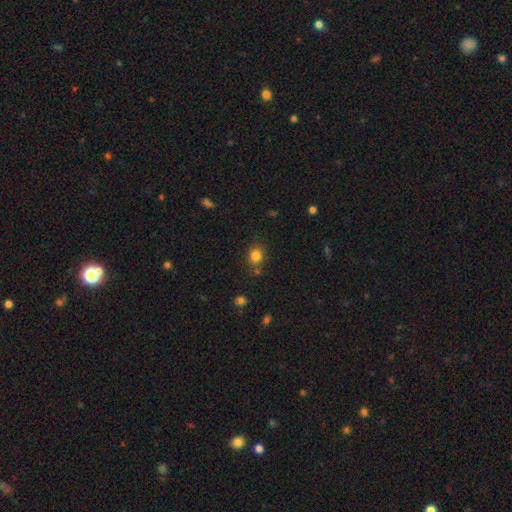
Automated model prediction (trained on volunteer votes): A smooth galaxy with no disk features (82%) that is round (67%). Merging: none (75%).